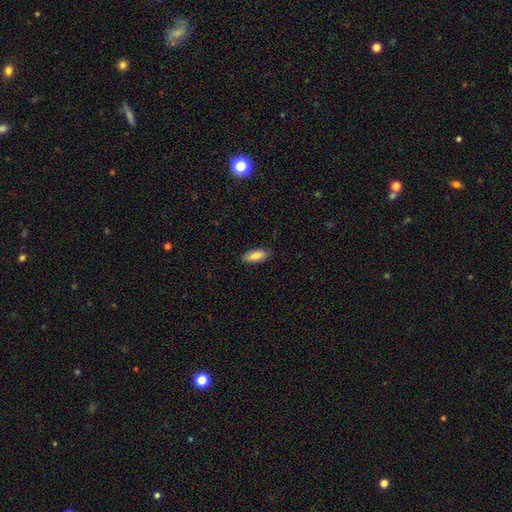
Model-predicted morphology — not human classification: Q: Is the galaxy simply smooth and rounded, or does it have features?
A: smooth — 85%.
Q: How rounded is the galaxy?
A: in between — 84%.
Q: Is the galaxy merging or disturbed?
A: none — 86%.